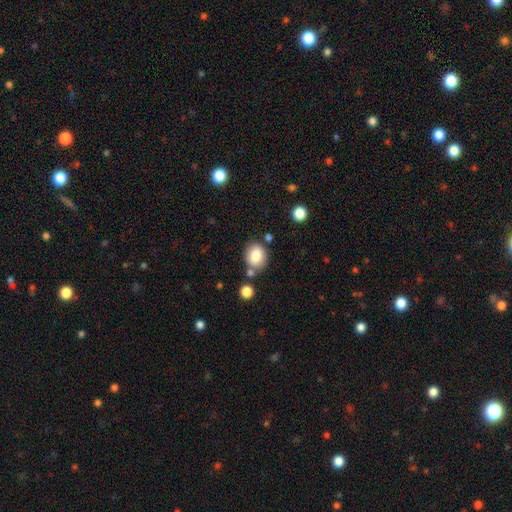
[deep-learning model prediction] Smooth or featured? smooth (82%)
How rounded? round (56%)
Merging? none (72%)